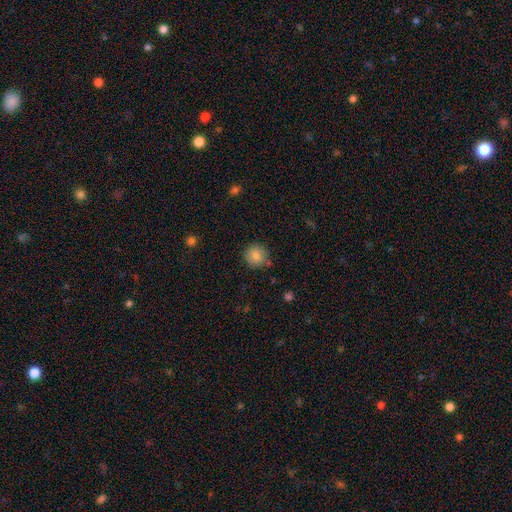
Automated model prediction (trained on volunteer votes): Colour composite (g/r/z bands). It shows a smooth galaxy with no disk features (85%) that is round (92%). Merging: none (85%).